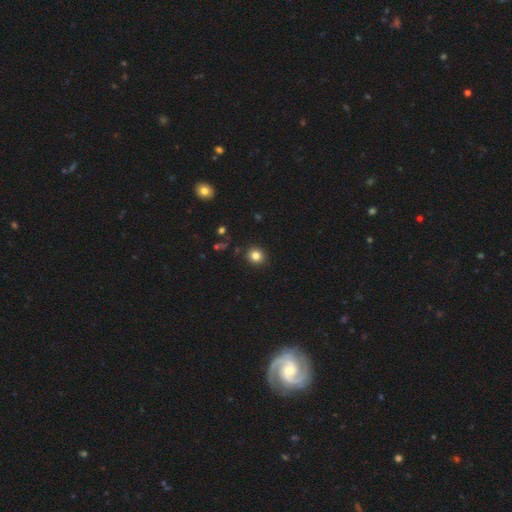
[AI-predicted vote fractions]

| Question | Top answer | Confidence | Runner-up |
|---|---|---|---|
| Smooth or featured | smooth | 82% | star or artifact (12%) |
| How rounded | round | 84% | in between (15%) |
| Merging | none | 90% | minor disturbance (7%) |